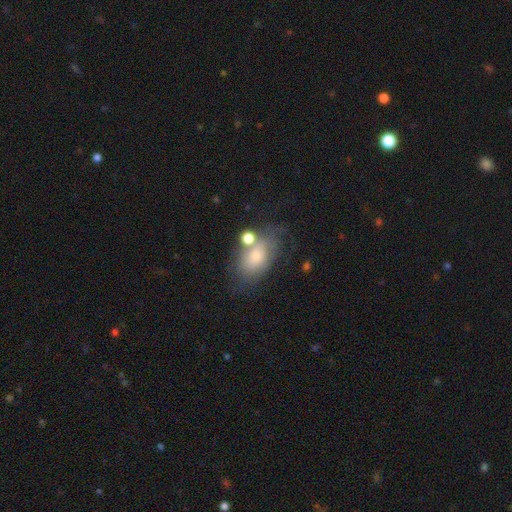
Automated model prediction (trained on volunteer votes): The model was most divided on "merging": none: 46%, minor disturbance: 22%, merger: 18%, major disturbance: 13%. More confident: how rounded — in between (85%); smooth or featured — smooth (70%).